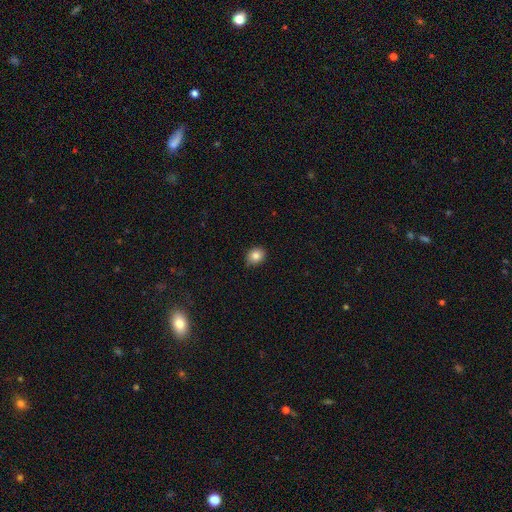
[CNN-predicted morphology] This is clearly a smooth galaxy (84%). How rounded: possibly round (60%). Merging: clearly none (83%).